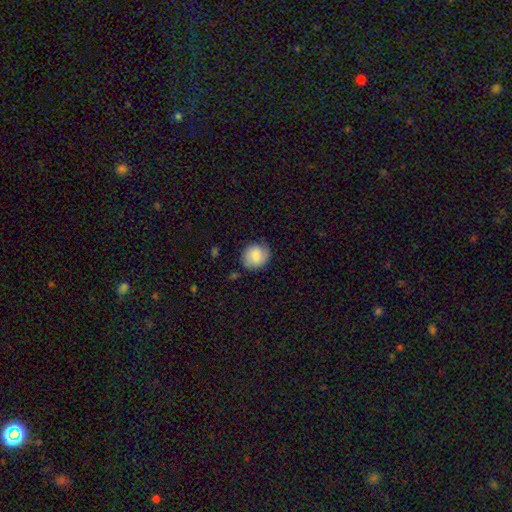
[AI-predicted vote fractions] smooth-or-featured: smooth: 76% | featured or disk: 17% | star or artifact: 7%
  how-rounded: round: 76% | in between: 23% | cigar-shaped: 1%
  merging: none: 75% | minor disturbance: 19% | major disturbance: 5% | merger: 2%